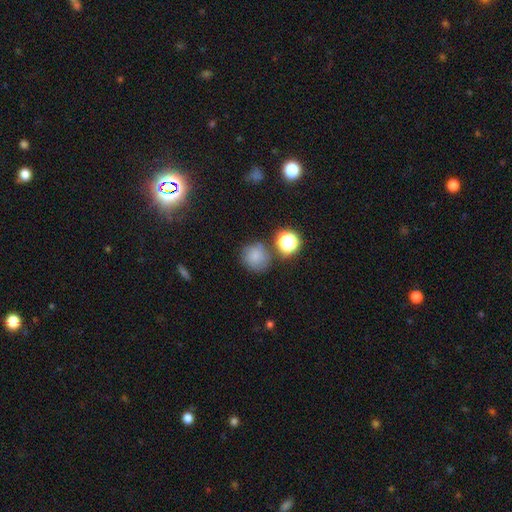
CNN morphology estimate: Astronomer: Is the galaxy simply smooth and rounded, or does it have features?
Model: smooth — 77%.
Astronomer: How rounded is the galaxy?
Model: round — 89%.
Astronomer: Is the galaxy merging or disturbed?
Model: none — 69%.